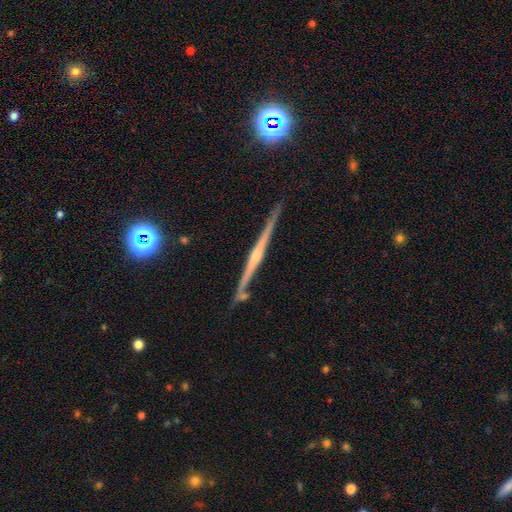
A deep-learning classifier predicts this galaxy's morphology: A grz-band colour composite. It shows a featured or disk galaxy (80%) viewed edge-on (98%) with a rounded central bulge (65%). Merging: none (90%).